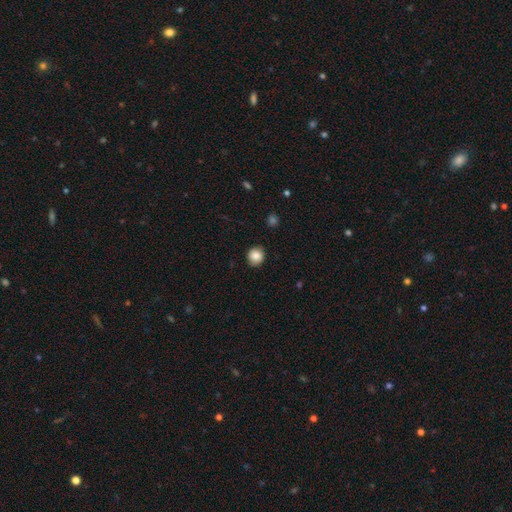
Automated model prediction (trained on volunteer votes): This is clearly a smooth galaxy (85%). How rounded: clearly round (88%). Merging: clearly none (89%).